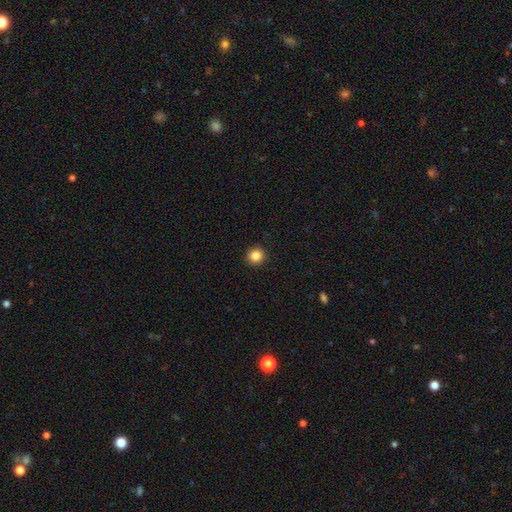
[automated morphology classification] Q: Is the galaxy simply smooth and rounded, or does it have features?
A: smooth — 85%.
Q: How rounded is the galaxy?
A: round — 94%.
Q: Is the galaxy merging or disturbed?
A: none — 93%.